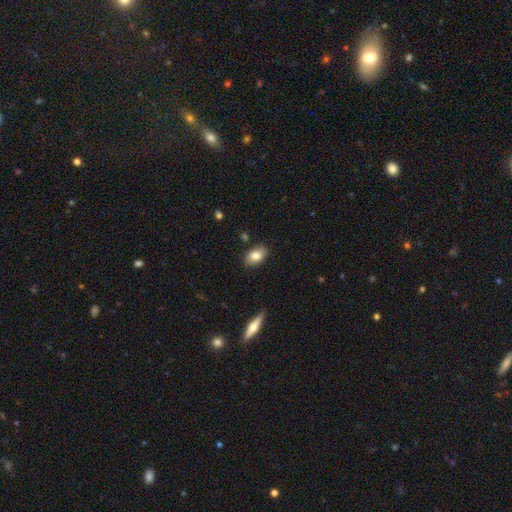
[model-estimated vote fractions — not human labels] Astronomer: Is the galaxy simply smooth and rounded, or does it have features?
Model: smooth — 82%.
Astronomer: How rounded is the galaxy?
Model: in between — 90%.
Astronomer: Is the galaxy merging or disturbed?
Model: none — 85%.